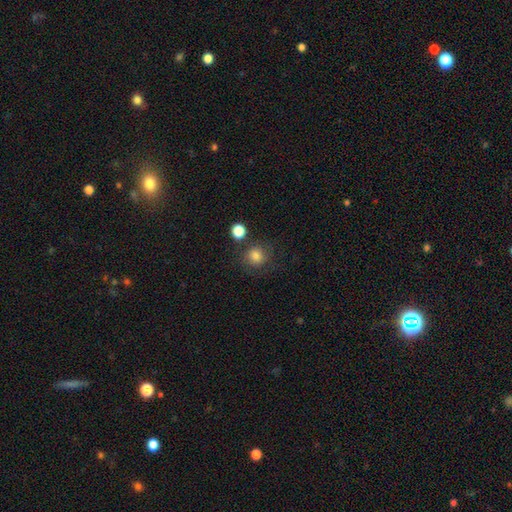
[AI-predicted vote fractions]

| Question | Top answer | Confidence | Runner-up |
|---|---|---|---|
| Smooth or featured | smooth | 81% | star or artifact (12%) |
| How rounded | round | 88% | in between (11%) |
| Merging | none | 74% | minor disturbance (12%) |